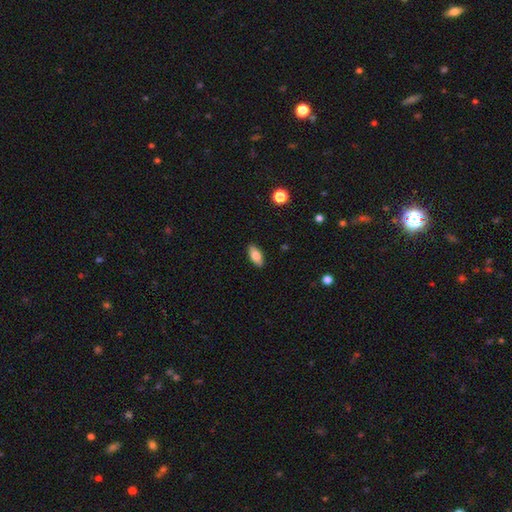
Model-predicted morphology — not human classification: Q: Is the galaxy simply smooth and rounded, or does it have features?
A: smooth — 79%.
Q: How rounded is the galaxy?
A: in between — 87%.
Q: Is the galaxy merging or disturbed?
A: none — 89%.